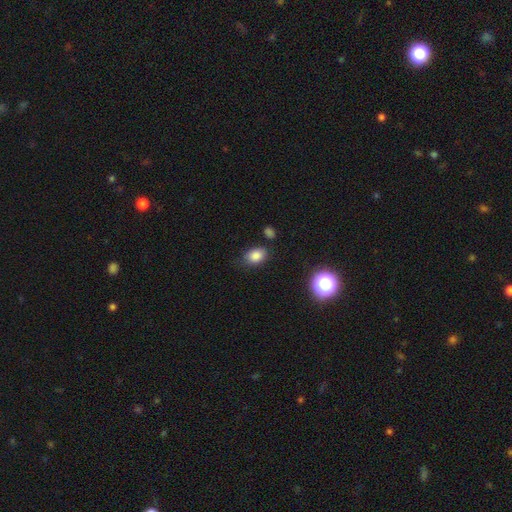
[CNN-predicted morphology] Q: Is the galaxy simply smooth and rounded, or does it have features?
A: smooth — 84%.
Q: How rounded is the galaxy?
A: in between — 77%.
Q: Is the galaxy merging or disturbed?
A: none — 76%.